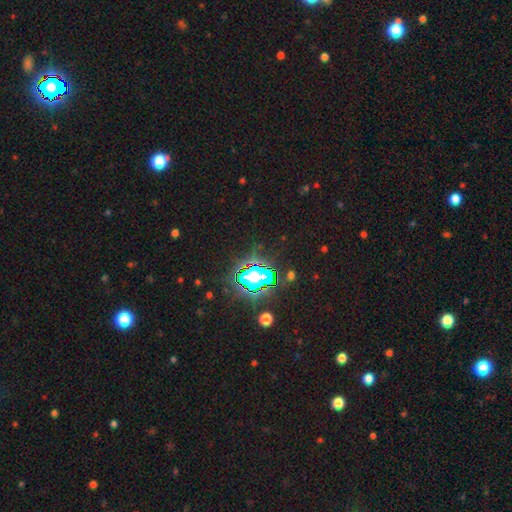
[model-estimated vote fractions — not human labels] Smooth or featured? Predicted: star or artifact (p=0.82).